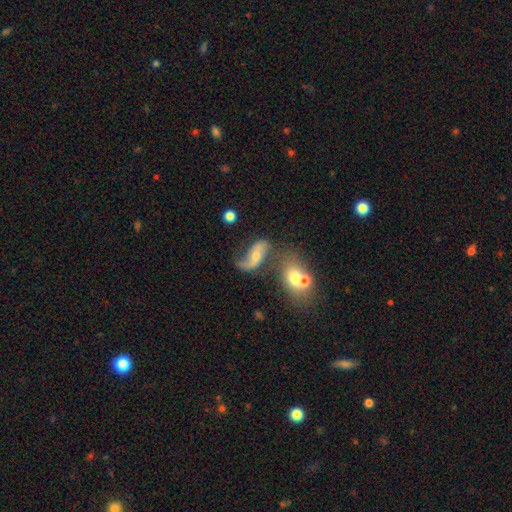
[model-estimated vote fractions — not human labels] smooth_or_featured: featured or disk (p=0.75) [alt: smooth p=0.17]
disk_edge_on: no (p=0.95) [alt: yes p=0.05]
bar: no (p=0.47) [alt: weak p=0.36]
has_spiral_arms: yes (p=0.91) [alt: no p=0.09]
spiral_winding: loose (p=0.81) [alt: medium p=0.15]
spiral_arm_count: 2 (p=0.86) [alt: 1 p=0.09]
bulge_size: moderate (p=0.51) [alt: small p=0.39]
merging: none (p=0.47) [alt: minor disturbance p=0.19]